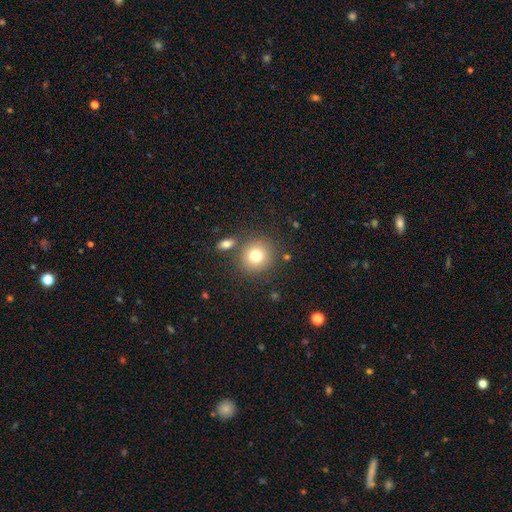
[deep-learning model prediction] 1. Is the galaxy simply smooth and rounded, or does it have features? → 78% smooth, 12% star or artifact, 11% featured or disk.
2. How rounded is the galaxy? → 90% round, 9% in between, 1% cigar-shaped.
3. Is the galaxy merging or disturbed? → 78% none, 10% merger, 9% minor disturbance, 3% major disturbance.